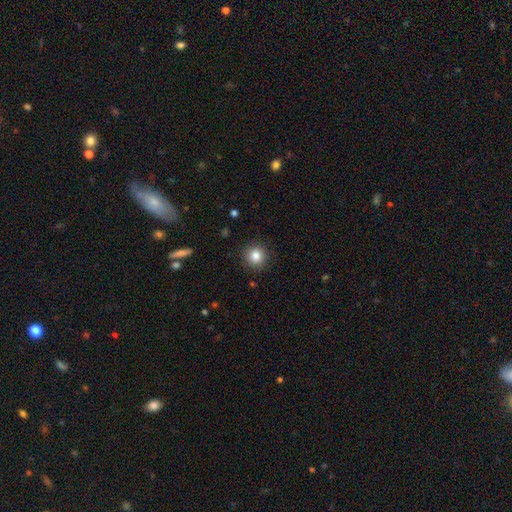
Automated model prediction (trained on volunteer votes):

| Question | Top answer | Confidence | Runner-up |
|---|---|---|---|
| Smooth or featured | smooth | 83% | star or artifact (11%) |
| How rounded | round | 93% | in between (6%) |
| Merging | none | 90% | minor disturbance (6%) |